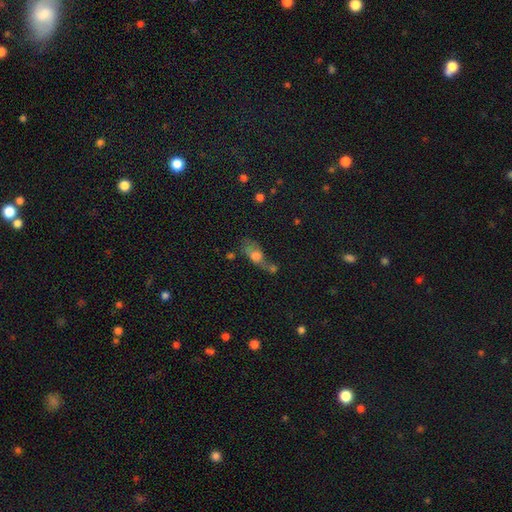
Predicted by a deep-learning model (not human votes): smooth_or_featured: smooth (p=0.60) [alt: featured or disk p=0.27]
how_rounded: in between (p=0.72) [alt: round p=0.17]
merging: merger (p=0.38) [alt: none p=0.23]